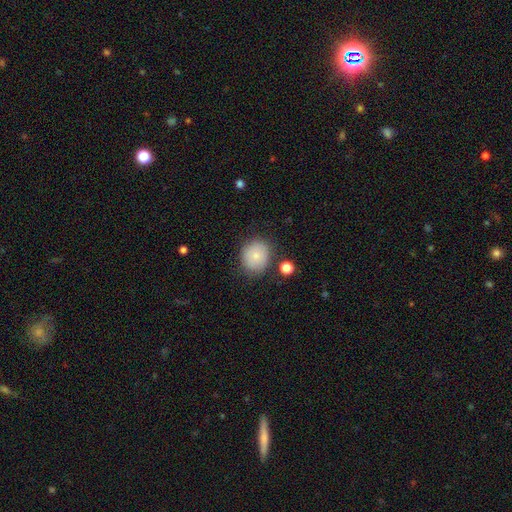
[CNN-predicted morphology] Smooth or featured? Predicted: smooth (p=0.80). How rounded? Predicted: round (p=0.78). Merging? Predicted: none (p=0.78).